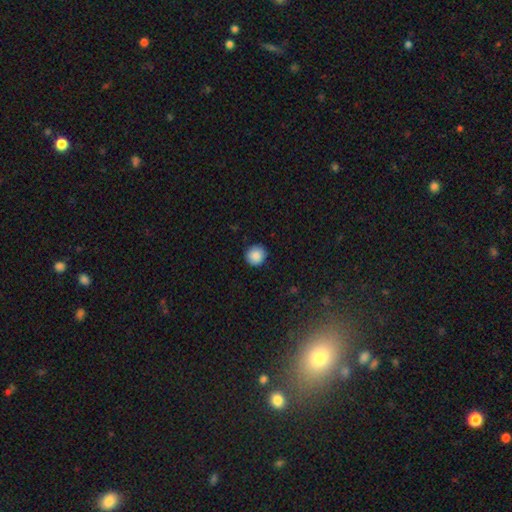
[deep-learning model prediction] Morphology: type=smooth (89%); roundness=round (94%); merging=none (91%).